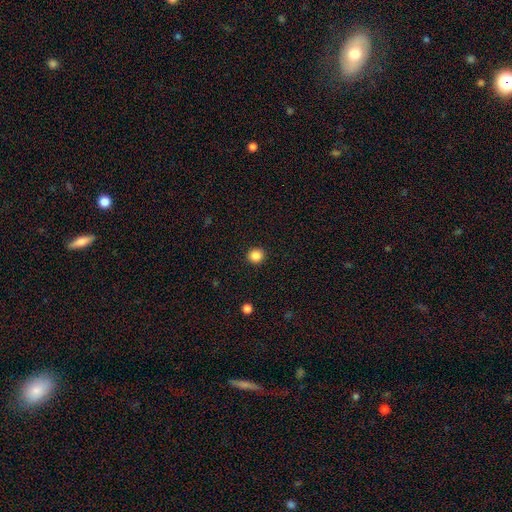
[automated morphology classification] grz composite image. It shows a smooth galaxy with no disk features (86%) that is round (91%). Merging: none (93%).